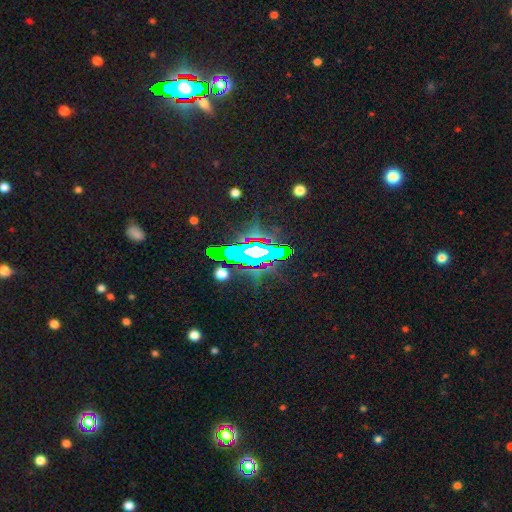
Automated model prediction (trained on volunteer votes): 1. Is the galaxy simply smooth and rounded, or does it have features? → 67% star or artifact, 18% featured or disk, 15% smooth.